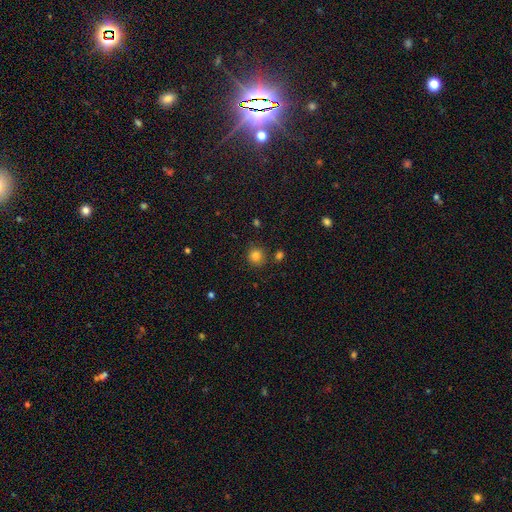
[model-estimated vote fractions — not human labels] smooth 82%, star or artifact 13%, featured or disk 5%. Down the decision tree: how rounded — round (91%); merging — none (83%).